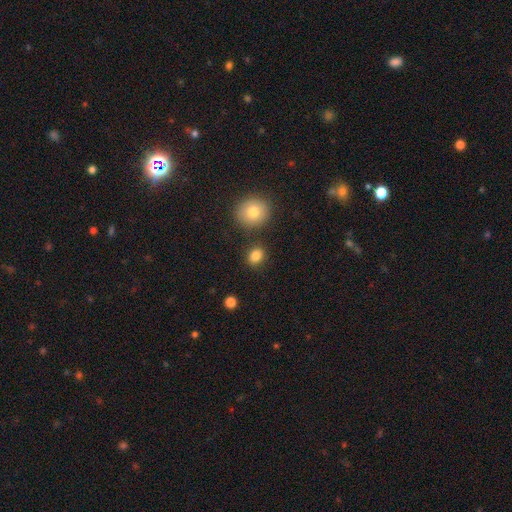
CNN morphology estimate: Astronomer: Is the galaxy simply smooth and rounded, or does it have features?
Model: smooth — 84%.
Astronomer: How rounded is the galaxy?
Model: round — 60% (runner-up: in between, 39%).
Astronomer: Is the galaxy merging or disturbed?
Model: none — 84%.